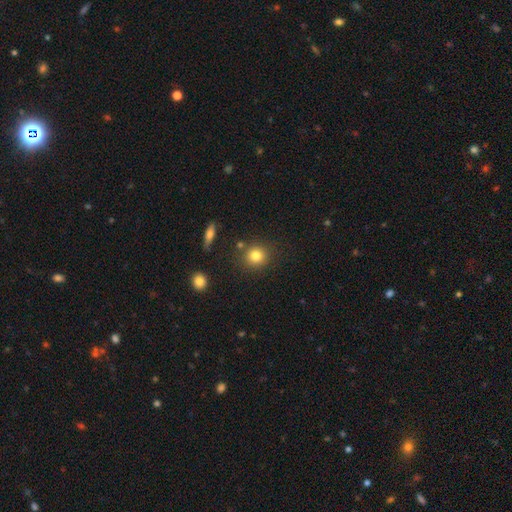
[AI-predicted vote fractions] smooth 81%, star or artifact 11%, featured or disk 8%. Down the decision tree: how rounded — round (88%); merging — none (82%).